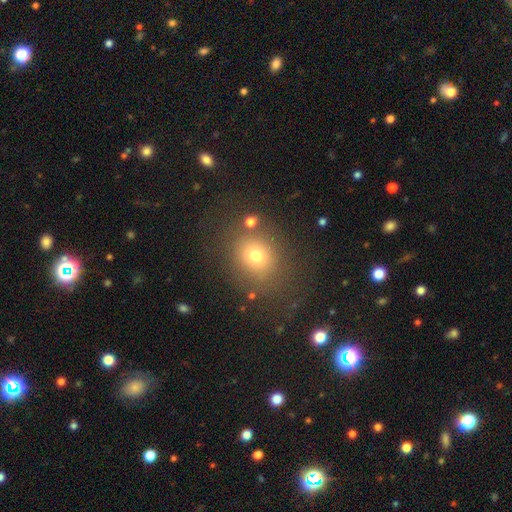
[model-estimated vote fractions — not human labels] smooth-or-featured: smooth: 71% | star or artifact: 17% | featured or disk: 12%
  how-rounded: round: 66% | in between: 33% | cigar-shaped: 1%
  merging: none: 75% | minor disturbance: 12% | major disturbance: 8% | merger: 5%